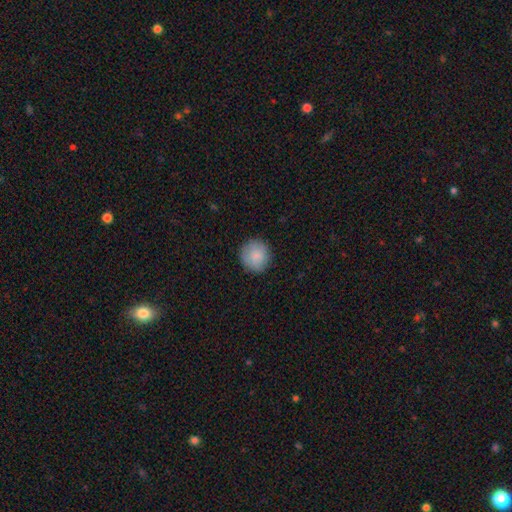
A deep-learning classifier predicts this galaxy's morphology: A smooth galaxy with no disk features (86%) that is round (94%). Merging: none (88%).